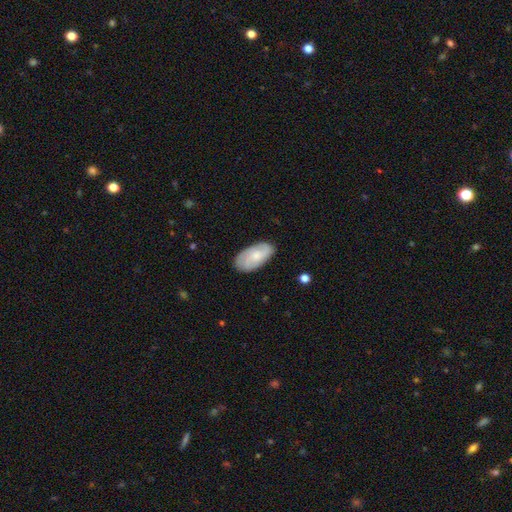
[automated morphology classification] A smooth galaxy with no disk features (54%) that is in between round and cigar-shaped (93%).

Vote fractions:
- Smooth or featured? smooth: 54% / featured or disk: 40% / star or artifact: 6%
- How rounded? in between: 93% / cigar-shaped: 4% / round: 3%
- Merging? none: 80% / minor disturbance: 16% / major disturbance: 3% / merger: 1%